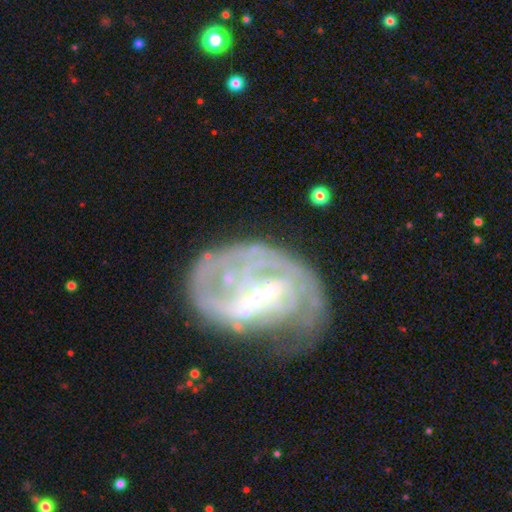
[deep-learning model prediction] smooth_or_featured: featured or disk (p=0.78) [alt: smooth p=0.14]
disk_edge_on: no (p=0.95) [alt: yes p=0.05]
bar: strong (p=0.43) [alt: weak p=0.36]
has_spiral_arms: yes (p=0.69) [alt: no p=0.31]
spiral_winding: tight (p=0.50) [alt: medium p=0.32]
spiral_arm_count: can't tell (p=0.37) [alt: 2 p=0.31]
bulge_size: small (p=0.48) [alt: moderate p=0.32]
merging: none (p=0.47) [alt: major disturbance p=0.23]